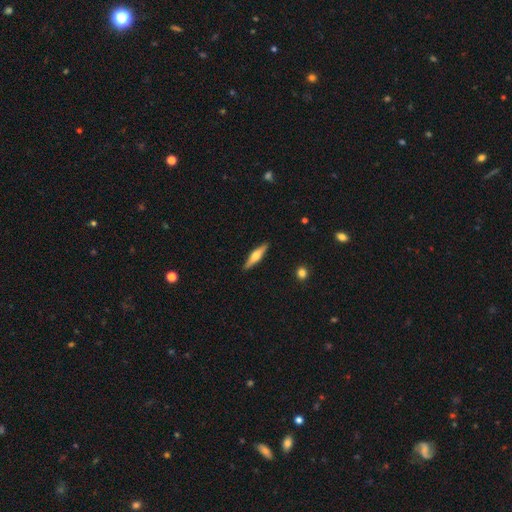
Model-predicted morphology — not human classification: A featured or disk galaxy (52%) viewed edge-on (95%). Merging: none (90%).